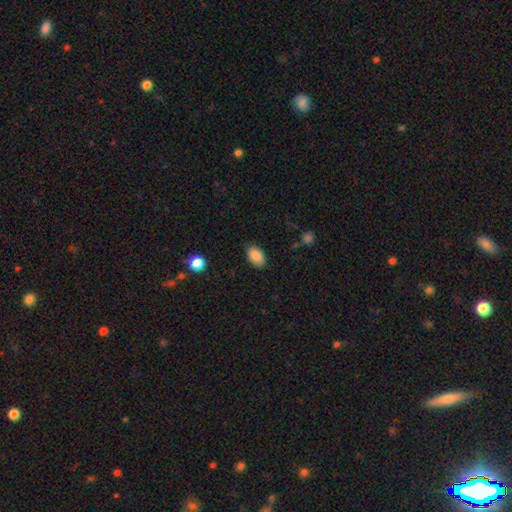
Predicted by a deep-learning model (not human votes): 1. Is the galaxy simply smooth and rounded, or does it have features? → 88% smooth, 8% star or artifact, 4% featured or disk.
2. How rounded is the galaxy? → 90% in between, 9% round, 1% cigar-shaped.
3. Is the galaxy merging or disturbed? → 86% none, 11% minor disturbance, 3% major disturbance, 1% merger.